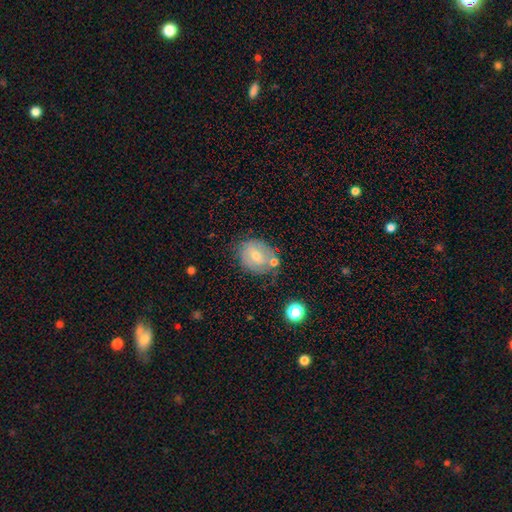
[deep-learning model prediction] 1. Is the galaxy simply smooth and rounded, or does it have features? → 57% smooth, 33% featured or disk, 9% star or artifact.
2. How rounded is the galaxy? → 55% round, 44% in between, 1% cigar-shaped.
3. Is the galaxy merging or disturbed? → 58% none, 22% minor disturbance, 13% merger, 7% major disturbance.